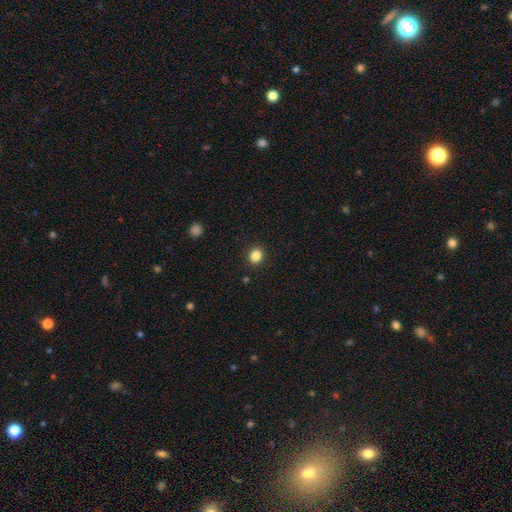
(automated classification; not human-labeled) Smooth or featured? smooth (85%)
How rounded? round (72%)
Merging? none (91%)